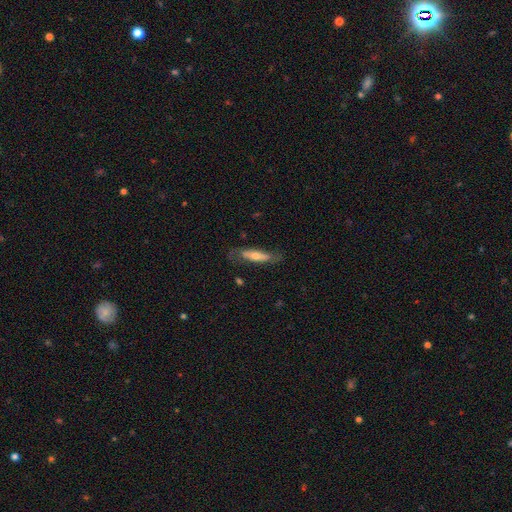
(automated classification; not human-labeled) Overall: featured or disk (51%; smooth 42%). Edge-on disk: yes (56%; no 44%). Merging: none (69%).